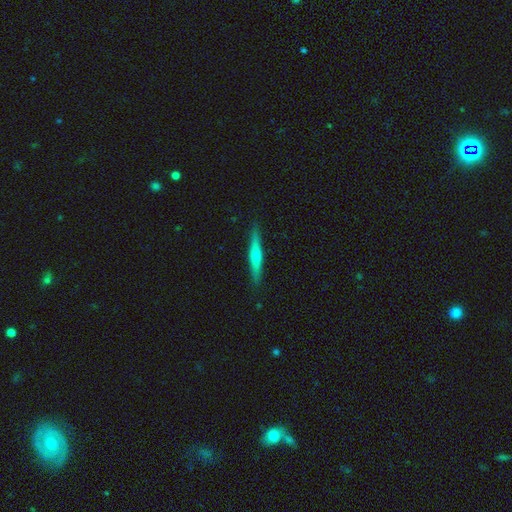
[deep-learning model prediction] Overall: smooth (54%; featured or disk 40%). How rounded: cigar-shaped (93%). Merging: none (90%).